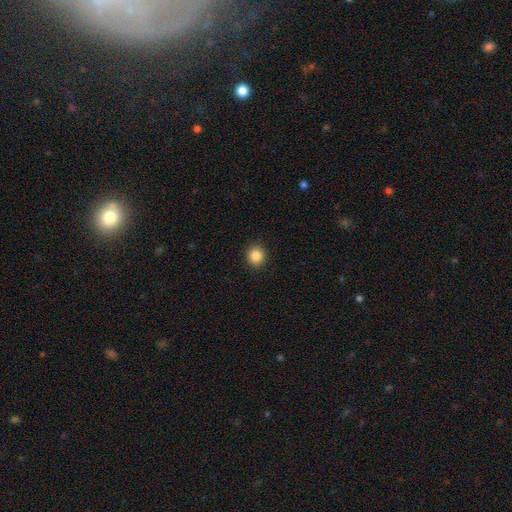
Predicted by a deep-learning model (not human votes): This appears to be a smooth galaxy with no disk features (85%) that is round (86%). Merging: none (92%).